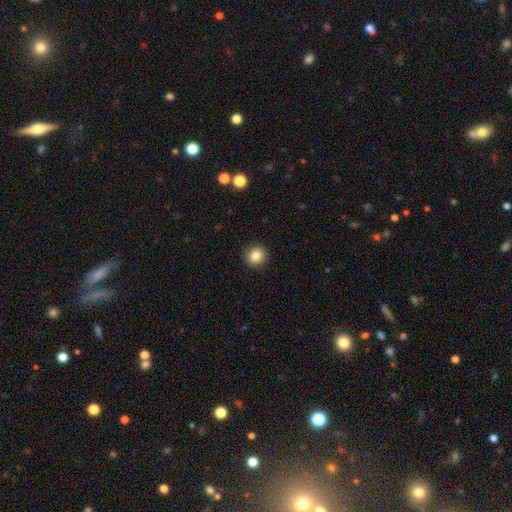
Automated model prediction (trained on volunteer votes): A smooth galaxy with no disk features (85%) that is round (93%). Merging: none (92%).